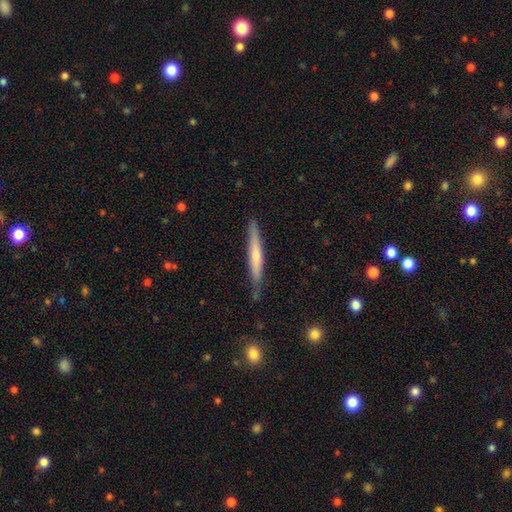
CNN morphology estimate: smooth-or-featured: featured or disk: 55% | smooth: 37% | star or artifact: 8%
  disk-edge-on: yes: 95% | no: 5%
    edge-on-bulge: rounded: 54% | none: 39% | boxy: 8%
  merging: none: 88% | minor disturbance: 9% | major disturbance: 2% | merger: 1%